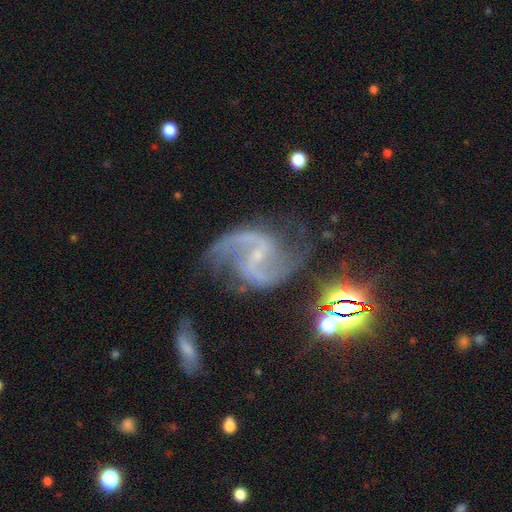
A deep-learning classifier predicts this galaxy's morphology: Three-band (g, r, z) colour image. It shows a featured or disk galaxy (88%) with a weak bar (44%), 2 (93%) loose (47%) spiral arms (98%) and a small central bulge (75%). Merging: none (66%).